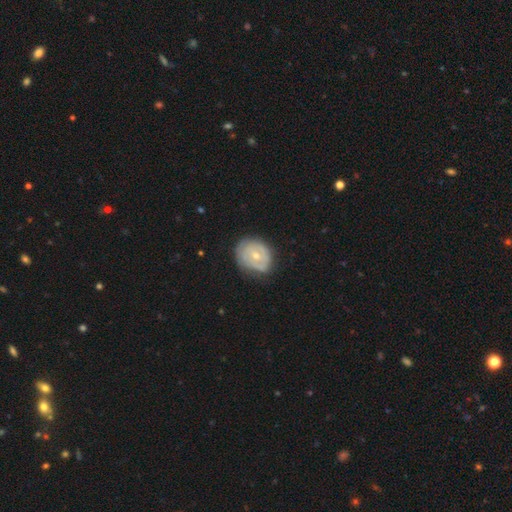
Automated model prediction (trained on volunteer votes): A featured or disk galaxy (55%) with no bar (73%), no spiral arms (51%) and a small central bulge (49%). Merging: none (62%).